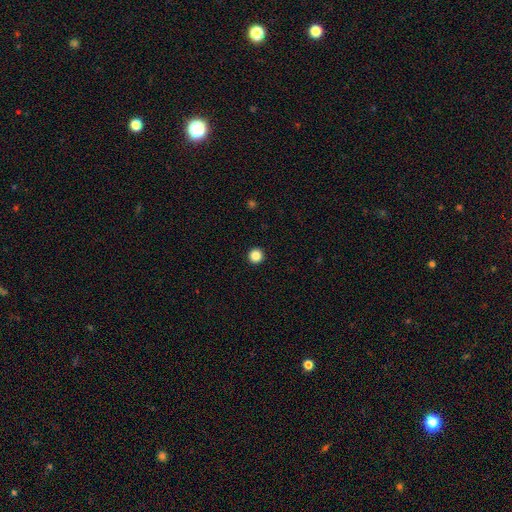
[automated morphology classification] Q: Smooth or featured?
A: smooth (86%); runner-up: star or artifact (11%)
Q: How rounded?
A: round (96%); runner-up: in between (3%)
Q: Merging?
A: none (94%); runner-up: minor disturbance (3%)